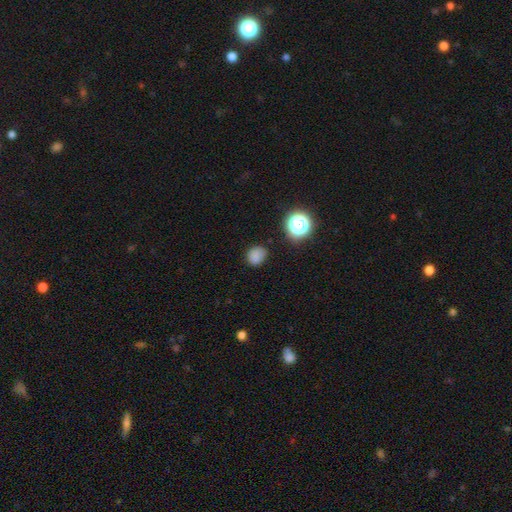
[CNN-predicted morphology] smooth-or-featured: smooth: 78% | star or artifact: 17% | featured or disk: 5%
  how-rounded: round: 63% | in between: 36% | cigar-shaped: 1%
  merging: none: 77% | minor disturbance: 17% | major disturbance: 4% | merger: 2%